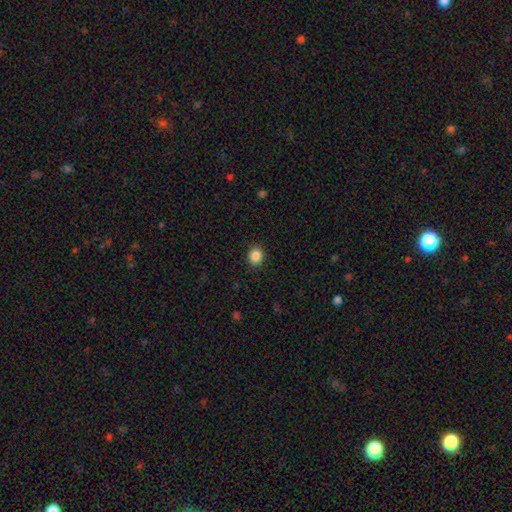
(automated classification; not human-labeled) This is clearly a smooth galaxy (87%). How rounded: likely round (65%). Merging: clearly none (90%).